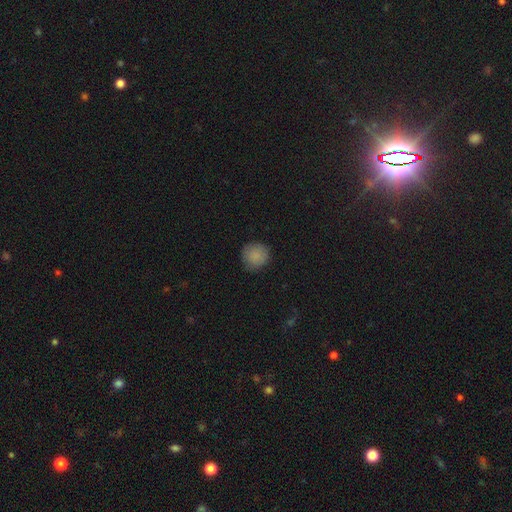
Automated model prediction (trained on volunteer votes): smooth 87%, star or artifact 8%, featured or disk 5%. Down the decision tree: how rounded — round (92%); merging — none (86%).